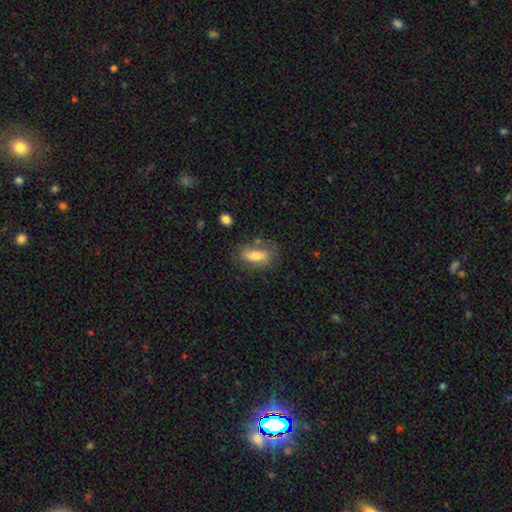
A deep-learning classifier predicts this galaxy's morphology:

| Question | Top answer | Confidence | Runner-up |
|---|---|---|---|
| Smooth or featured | smooth | 66% | featured or disk (26%) |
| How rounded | in between | 78% | cigar-shaped (17%) |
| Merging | none | 69% | minor disturbance (19%) |